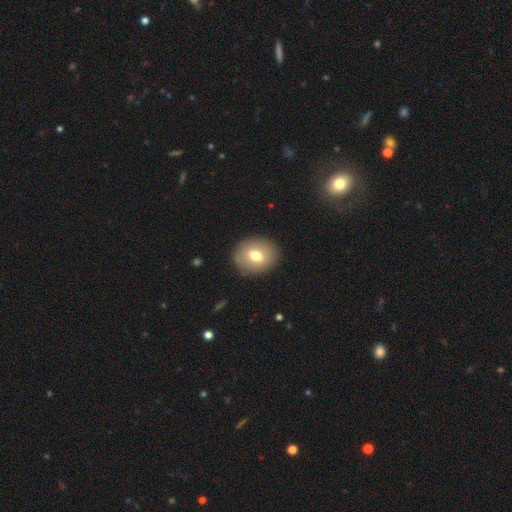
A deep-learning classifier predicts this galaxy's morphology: Overall: smooth (72%). How rounded: in between (51%; round 48%). Merging: none (88%).